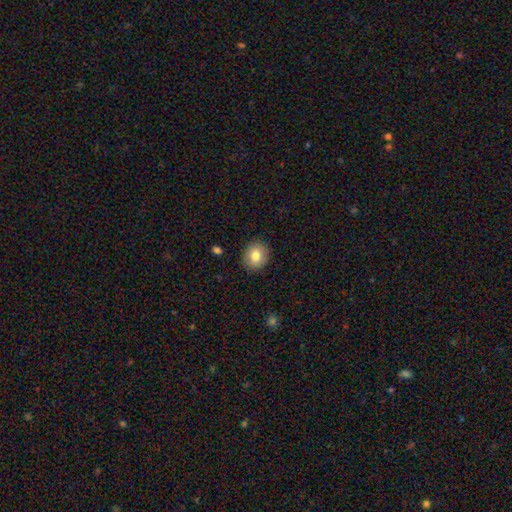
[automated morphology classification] type=smooth (79%); roundness=round (76%); merging=none (90%).